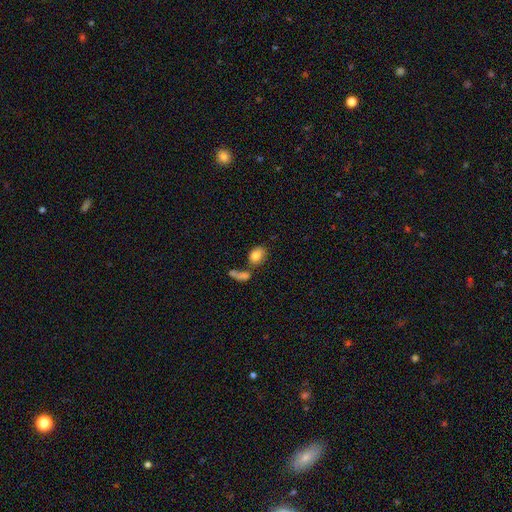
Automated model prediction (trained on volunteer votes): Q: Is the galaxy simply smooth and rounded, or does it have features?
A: smooth — 81%.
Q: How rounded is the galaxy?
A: in between — 77%.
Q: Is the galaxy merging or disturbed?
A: none — 48%.